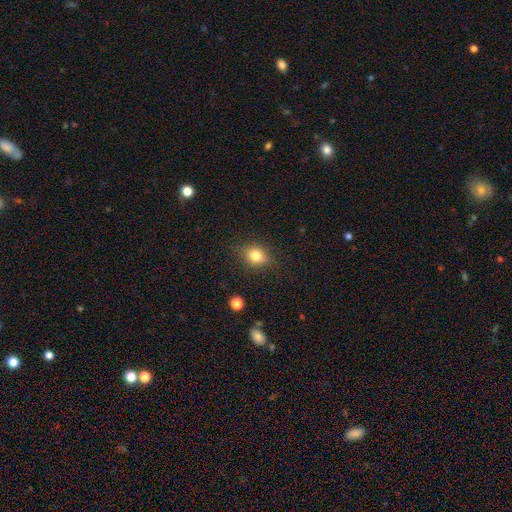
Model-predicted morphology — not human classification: smooth-or-featured: smooth: 79% | star or artifact: 12% | featured or disk: 9%
  how-rounded: round: 50% | in between: 48% | cigar-shaped: 2%
  merging: none: 82% | minor disturbance: 14% | major disturbance: 4% | merger: 1%